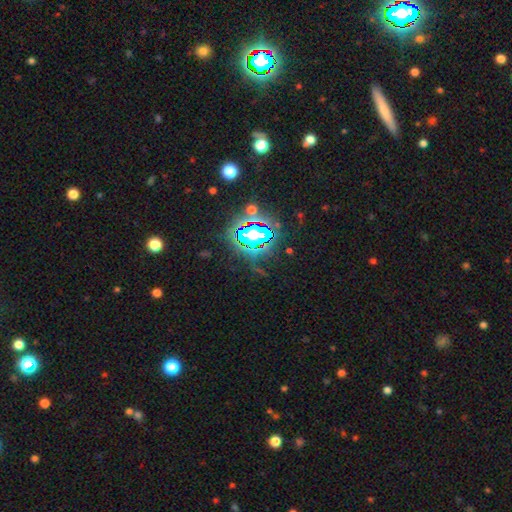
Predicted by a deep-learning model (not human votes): Smooth or featured? Predicted: star or artifact (p=0.79).